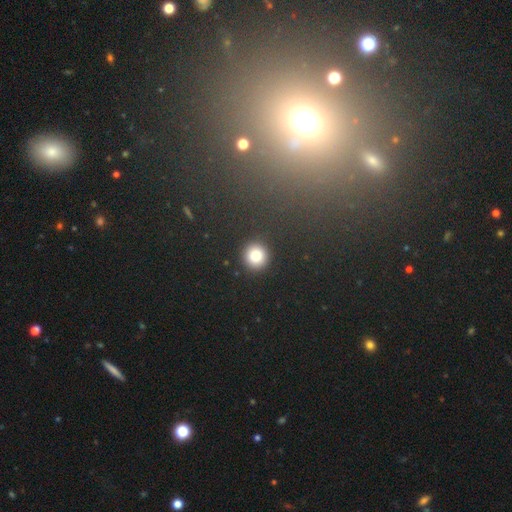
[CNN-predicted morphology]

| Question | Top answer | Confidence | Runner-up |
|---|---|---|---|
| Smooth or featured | smooth | 83% | star or artifact (11%) |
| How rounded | round | 91% | in between (8%) |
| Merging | none | 92% | minor disturbance (5%) |